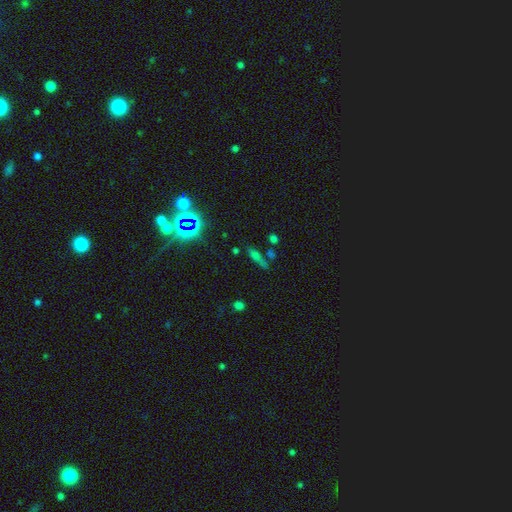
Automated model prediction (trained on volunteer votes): Smooth or featured?
  - smooth: 48% *
  - star or artifact: 27%
  - featured or disk: 25%
Merging?
  - none: 65% *
  - minor disturbance: 15%
  - merger: 13%
  - major disturbance: 7%